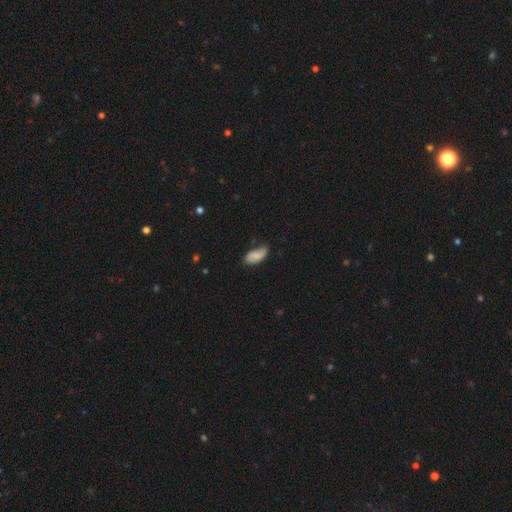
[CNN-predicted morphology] A smooth galaxy with no disk features (77%) that is in between round and cigar-shaped (92%).

Vote fractions:
- Smooth or featured? smooth: 77% / featured or disk: 16% / star or artifact: 7%
- How rounded? in between: 92% / cigar-shaped: 5% / round: 3%
- Merging? none: 58% / minor disturbance: 33% / major disturbance: 7% / merger: 2%